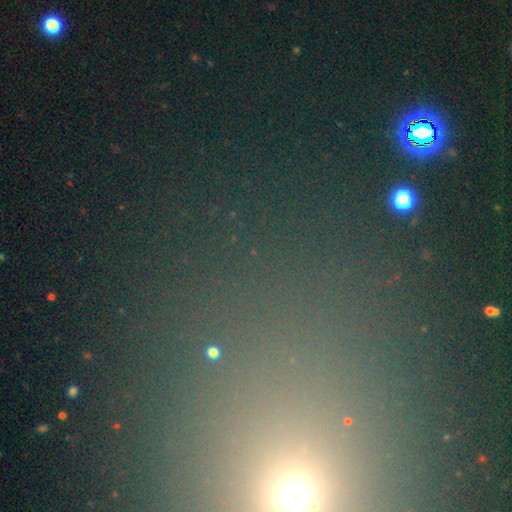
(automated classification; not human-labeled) smooth_or_featured: star or artifact (p=0.69) [alt: smooth p=0.21]